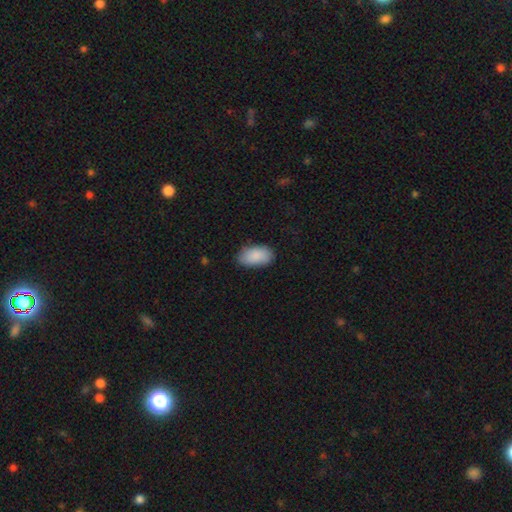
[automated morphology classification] This appears to be a smooth galaxy with no disk features (89%) that is in between round and cigar-shaped (95%). Merging: none (83%).